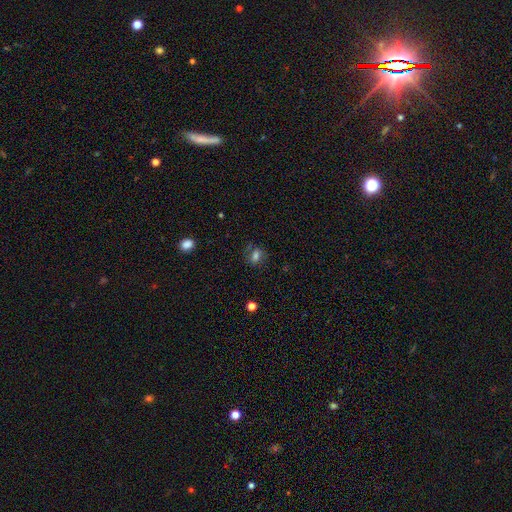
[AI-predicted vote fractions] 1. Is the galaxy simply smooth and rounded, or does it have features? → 69% smooth, 16% featured or disk, 15% star or artifact.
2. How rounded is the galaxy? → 65% in between, 32% round, 3% cigar-shaped.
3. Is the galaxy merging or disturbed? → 69% none, 19% minor disturbance, 9% major disturbance, 3% merger.